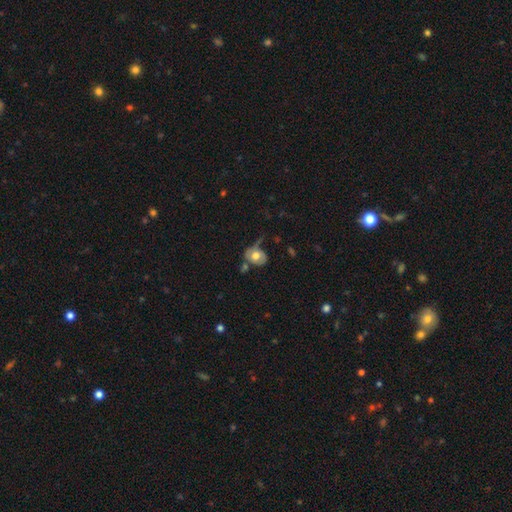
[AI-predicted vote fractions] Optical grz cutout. It shows a smooth galaxy with no disk features (52%) that is in between round and cigar-shaped (51%). Merging: none (33%).